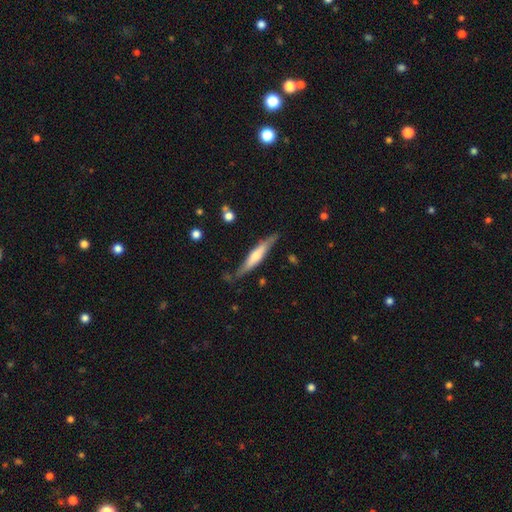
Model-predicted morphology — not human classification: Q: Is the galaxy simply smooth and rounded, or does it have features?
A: featured or disk — 48%.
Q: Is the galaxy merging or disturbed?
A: none — 76%.